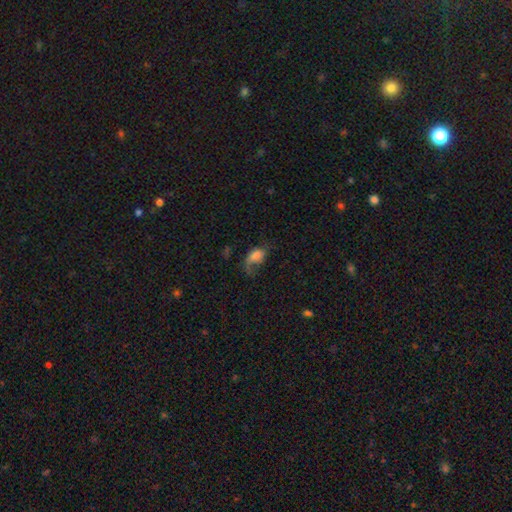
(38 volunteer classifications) Volunteers were most divided on "merging" (2-way tie): minor disturbance: 34%, major disturbance: 34%, none: 29%, merger: 3%. More confident: how rounded — in between (93%); smooth or featured — smooth (76%).